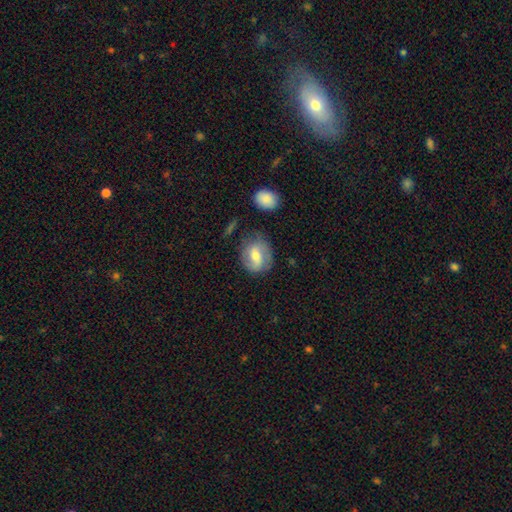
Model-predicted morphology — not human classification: This appears to be a smooth galaxy with no disk features (55%) that is round (56%). Merging: none (71%).